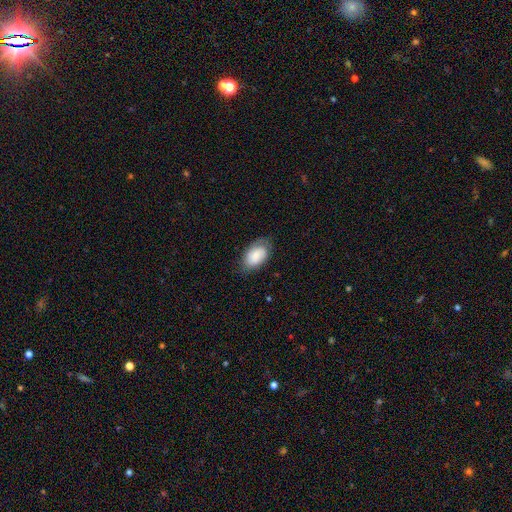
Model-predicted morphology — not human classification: This appears to be a smooth galaxy with no disk features (75%) that is in between round and cigar-shaped (93%). Merging: none (69%).